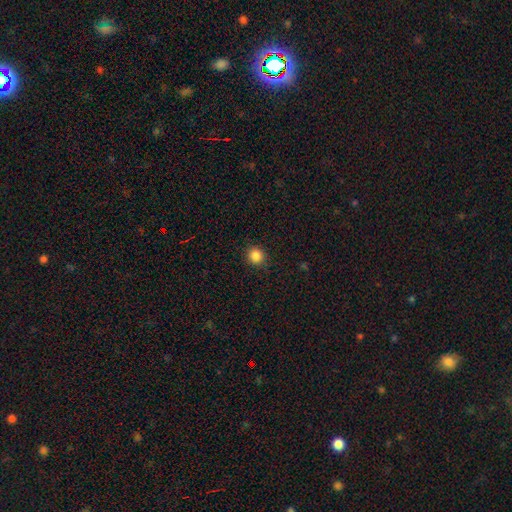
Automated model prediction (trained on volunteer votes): A smooth galaxy with no disk features (86%) that is round (91%).

Vote fractions:
- Smooth or featured? smooth: 86% / star or artifact: 11% / featured or disk: 3%
- How rounded? round: 91% / in between: 9% / cigar-shaped: 1%
- Merging? none: 91% / minor disturbance: 6% / major disturbance: 2% / merger: 1%